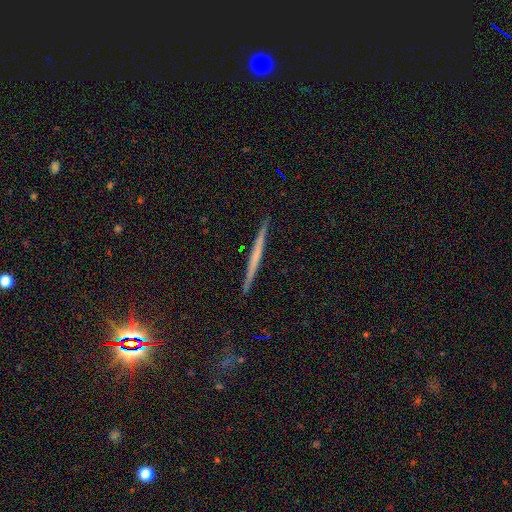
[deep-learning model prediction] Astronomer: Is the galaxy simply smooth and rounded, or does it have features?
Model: featured or disk — 50% (runner-up: smooth, 40%).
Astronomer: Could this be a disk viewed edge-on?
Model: yes — 98%.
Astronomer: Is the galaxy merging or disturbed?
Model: none — 92%.